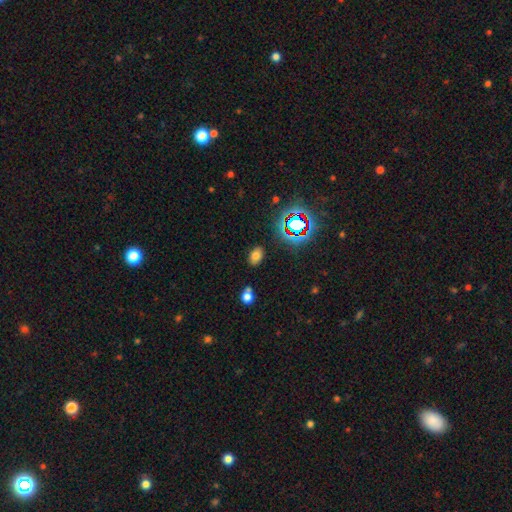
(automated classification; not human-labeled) A smooth galaxy with no disk features (68%) that is in between round and cigar-shaped (83%).

Vote fractions:
- Smooth or featured? smooth: 68% / star or artifact: 22% / featured or disk: 9%
- How rounded? in between: 83% / round: 15% / cigar-shaped: 1%
- Merging? none: 83% / minor disturbance: 10% / merger: 4% / major disturbance: 3%